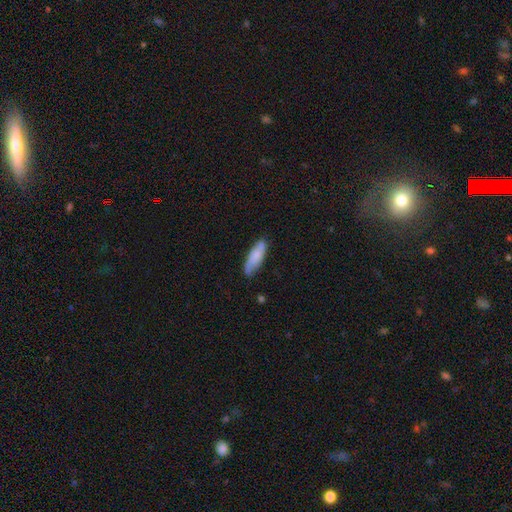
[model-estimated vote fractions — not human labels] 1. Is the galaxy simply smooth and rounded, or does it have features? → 67% smooth, 27% featured or disk, 6% star or artifact.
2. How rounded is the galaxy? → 51% in between, 47% cigar-shaped, 2% round.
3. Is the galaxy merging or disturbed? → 73% none, 21% minor disturbance, 4% major disturbance, 2% merger.